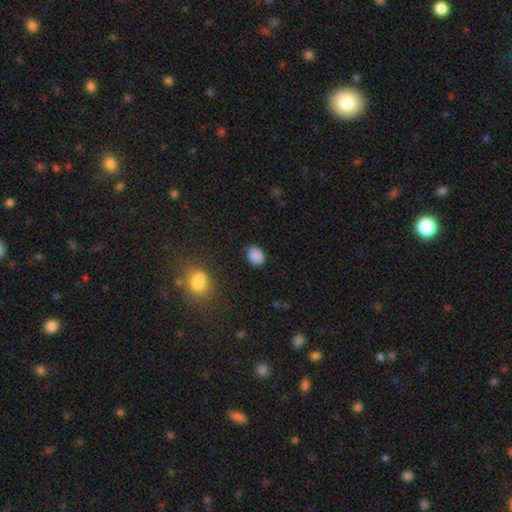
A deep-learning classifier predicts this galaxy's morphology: Overall: smooth (86%). How rounded: in between (72%). Merging: none (83%).